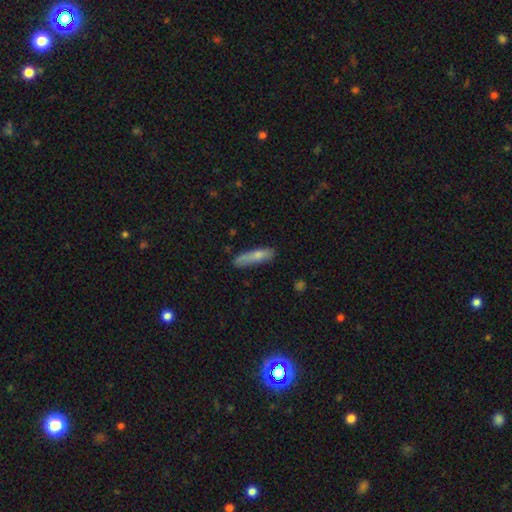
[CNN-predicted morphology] The model was most divided on "merging": none: 69%, minor disturbance: 22%, major disturbance: 5%, merger: 4%. More confident: how rounded — cigar-shaped (79%); smooth or featured — smooth (71%).